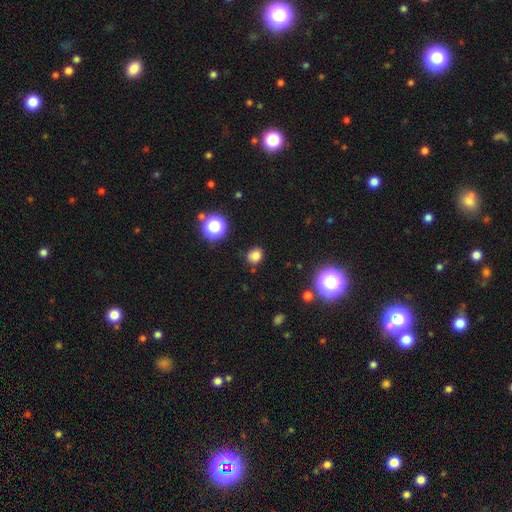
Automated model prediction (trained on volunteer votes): smooth 77%, star or artifact 17%, featured or disk 6%. Down the decision tree: how rounded — round (69%); merging — none (83%).